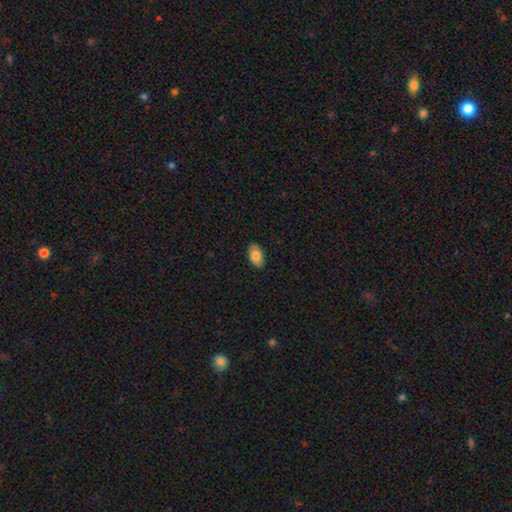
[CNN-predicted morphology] smooth_or_featured: smooth (p=0.83) [alt: featured or disk p=0.10]
how_rounded: in between (p=0.94) [alt: round p=0.04]
merging: none (p=0.88) [alt: minor disturbance p=0.10]